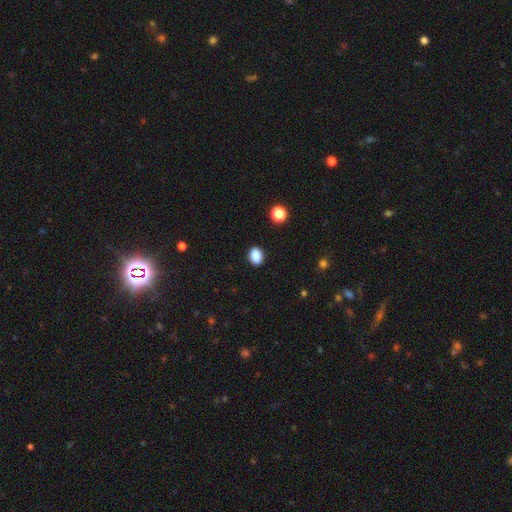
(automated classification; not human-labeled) Q: Smooth or featured?
A: smooth (88%); runner-up: star or artifact (9%)
Q: How rounded?
A: in between (67%); runner-up: round (32%)
Q: Merging?
A: none (90%); runner-up: minor disturbance (7%)